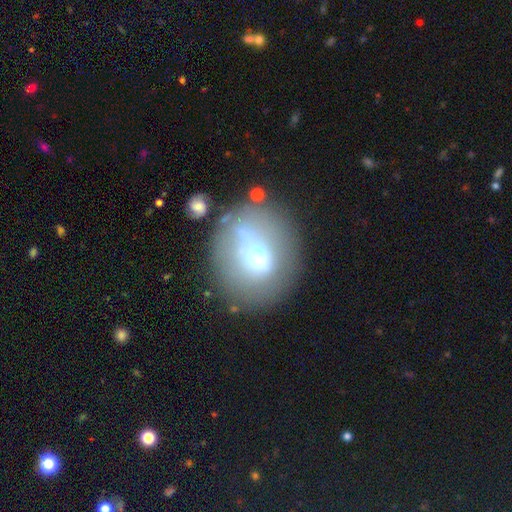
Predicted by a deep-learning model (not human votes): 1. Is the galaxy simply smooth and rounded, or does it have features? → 48% smooth, 38% featured or disk, 14% star or artifact.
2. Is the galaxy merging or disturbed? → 61% none, 17% minor disturbance, 11% major disturbance, 11% merger.